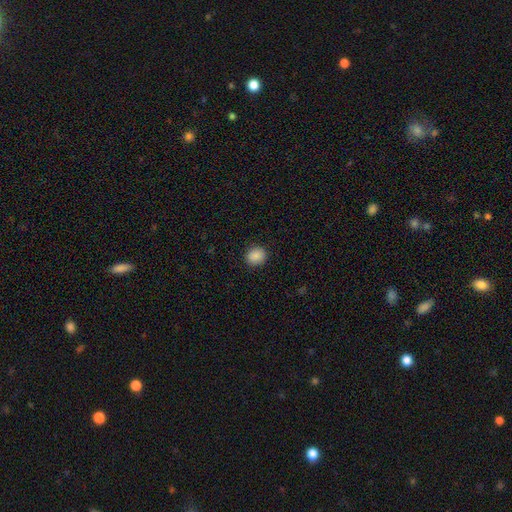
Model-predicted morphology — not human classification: smooth 87%, star or artifact 9%, featured or disk 4%. Down the decision tree: how rounded — round (75%); merging — none (89%).